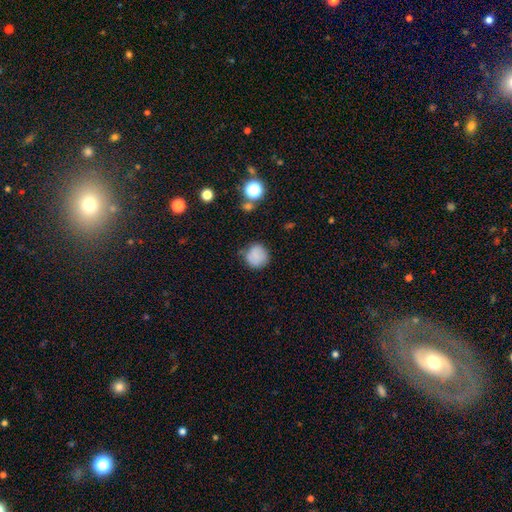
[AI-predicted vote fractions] This is clearly a smooth galaxy (83%). How rounded: clearly round (90%). Merging: likely none (72%).